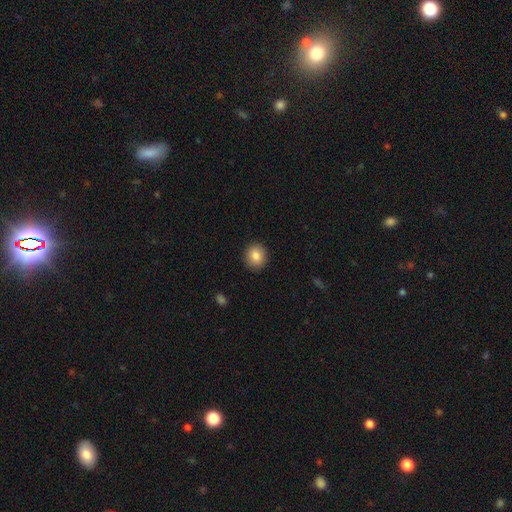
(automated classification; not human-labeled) smooth_or_featured: smooth (p=0.85) [alt: star or artifact p=0.09]
how_rounded: round (p=0.79) [alt: in between p=0.20]
merging: none (p=0.91) [alt: minor disturbance p=0.06]